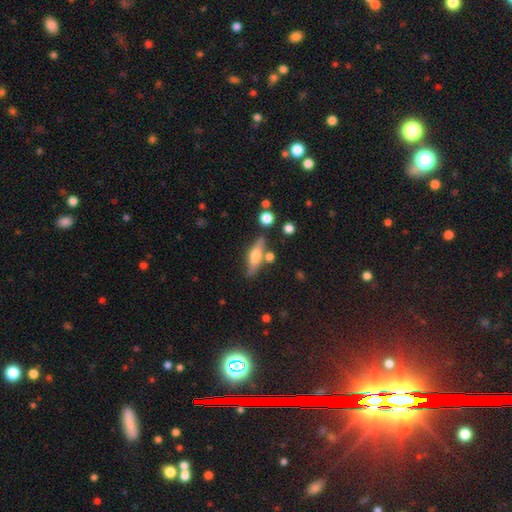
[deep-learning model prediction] smooth 47%, featured or disk 45%, star or artifact 7%. Down the decision tree: merging — none (72%).